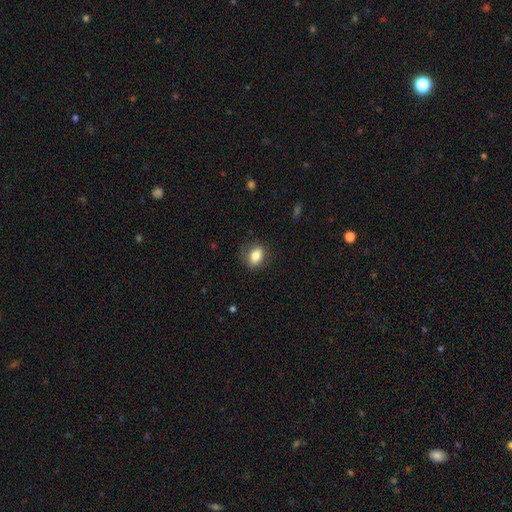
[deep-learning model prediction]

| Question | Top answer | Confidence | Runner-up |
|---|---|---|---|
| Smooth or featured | smooth | 81% | featured or disk (11%) |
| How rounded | in between | 69% | round (29%) |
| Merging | none | 83% | minor disturbance (12%) |